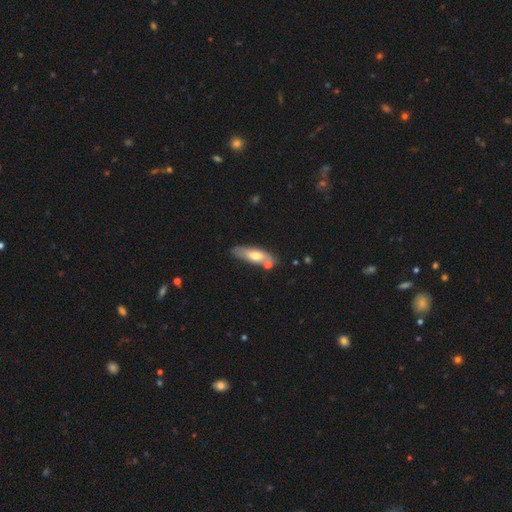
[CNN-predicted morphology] The model was most divided on "how rounded": in between: 51%, cigar-shaped: 46%, round: 2%. More confident: merging — none (69%); smooth or featured — smooth (60%).